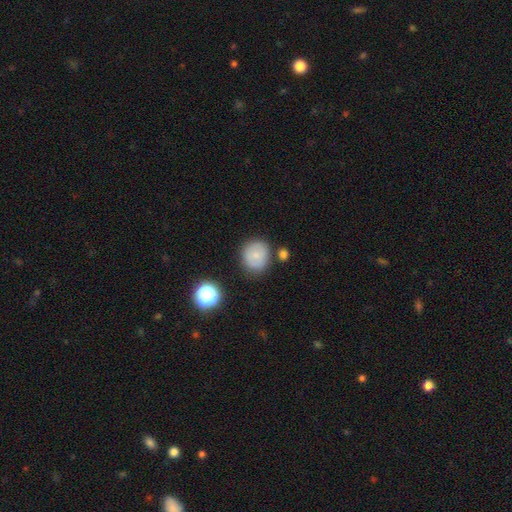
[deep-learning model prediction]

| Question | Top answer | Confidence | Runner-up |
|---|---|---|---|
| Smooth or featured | smooth | 75% | featured or disk (14%) |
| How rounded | round | 82% | in between (17%) |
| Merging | none | 75% | minor disturbance (15%) |